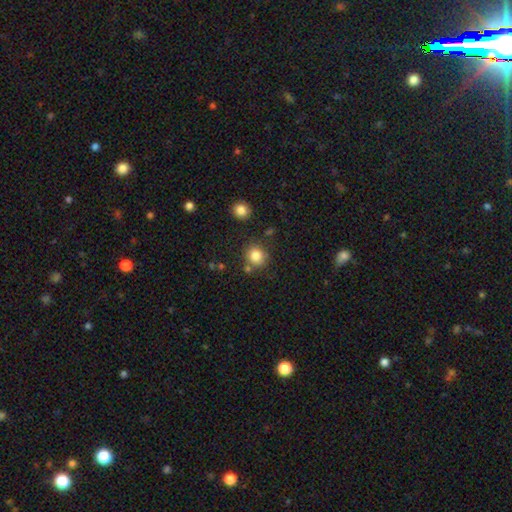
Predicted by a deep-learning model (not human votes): Overall: smooth (83%). How rounded: round (86%). Merging: none (78%).